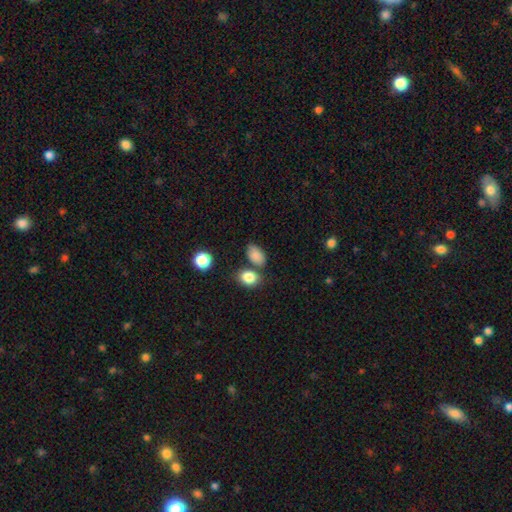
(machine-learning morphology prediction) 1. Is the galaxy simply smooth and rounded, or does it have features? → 85% smooth, 9% star or artifact, 6% featured or disk.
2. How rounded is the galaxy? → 87% in between, 12% round, 2% cigar-shaped.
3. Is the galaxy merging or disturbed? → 66% none, 15% merger, 14% minor disturbance, 4% major disturbance.